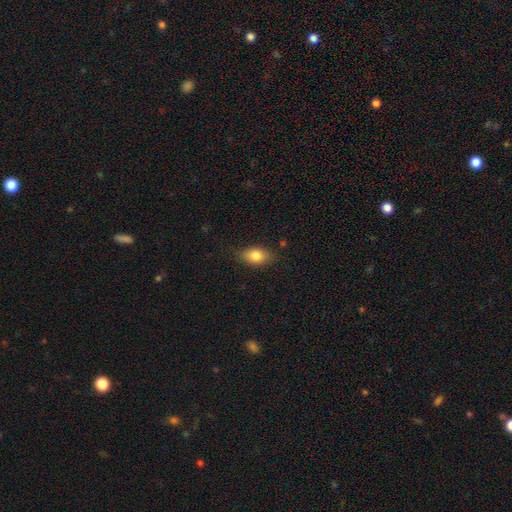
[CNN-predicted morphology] The model was most divided on "merging": none: 80%, minor disturbance: 16%, major disturbance: 3%, merger: 1%. More confident: how rounded — in between (84%); smooth or featured — smooth (81%).